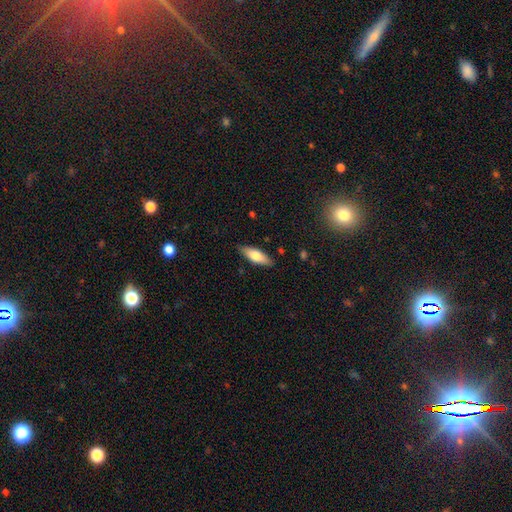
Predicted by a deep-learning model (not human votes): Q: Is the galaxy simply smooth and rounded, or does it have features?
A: smooth — 72%.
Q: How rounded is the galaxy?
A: in between — 65%.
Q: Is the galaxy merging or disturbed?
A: none — 85%.